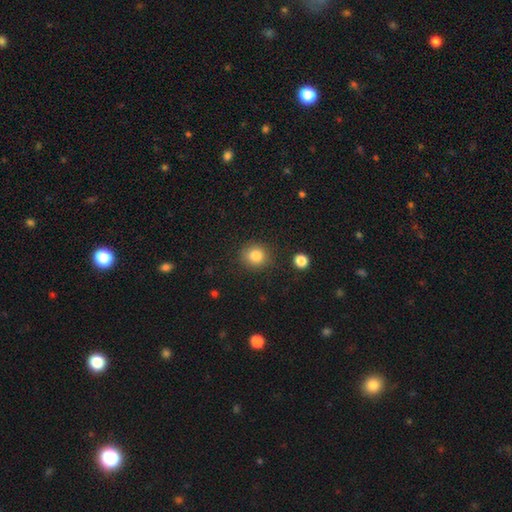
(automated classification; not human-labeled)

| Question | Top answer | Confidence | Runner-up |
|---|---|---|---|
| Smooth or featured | smooth | 84% | star or artifact (11%) |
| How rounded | round | 87% | in between (12%) |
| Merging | none | 86% | minor disturbance (9%) |